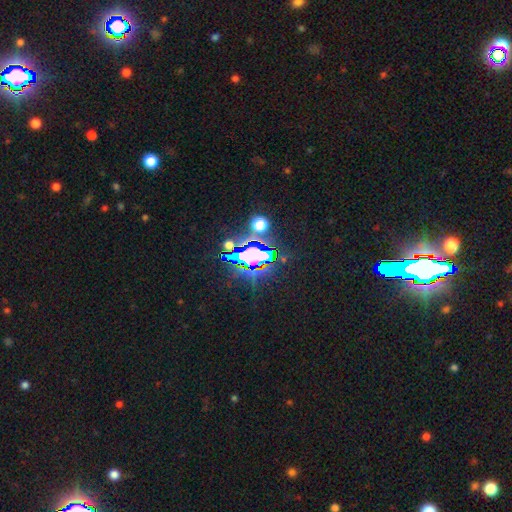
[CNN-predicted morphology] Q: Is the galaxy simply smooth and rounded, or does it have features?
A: star or artifact — 70%.